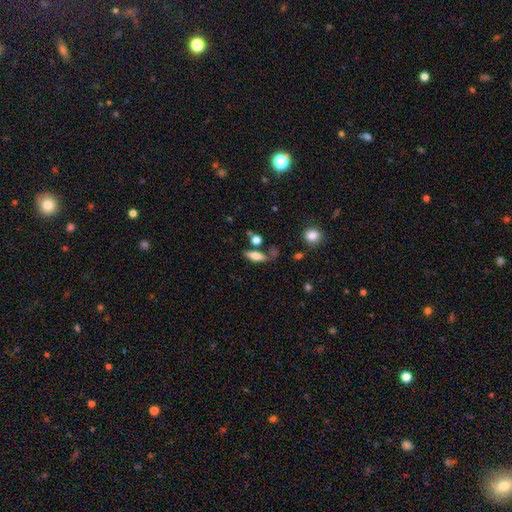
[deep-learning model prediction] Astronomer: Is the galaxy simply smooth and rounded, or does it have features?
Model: smooth — 72%.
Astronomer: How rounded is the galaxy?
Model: in between — 63%.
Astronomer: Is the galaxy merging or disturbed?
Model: none — 60%.